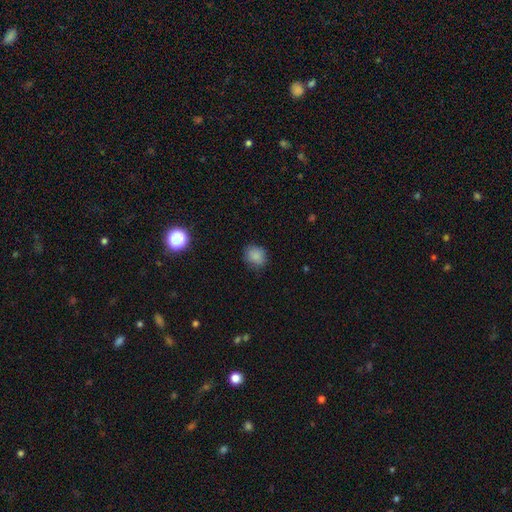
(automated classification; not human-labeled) Smooth or featured?
  - smooth: 84% *
  - star or artifact: 11%
  - featured or disk: 5%
How rounded?
  - round: 70% *
  - in between: 30%
  - cigar-shaped: 1%
Merging?
  - none: 78% *
  - minor disturbance: 17%
  - major disturbance: 4%
  - merger: 1%